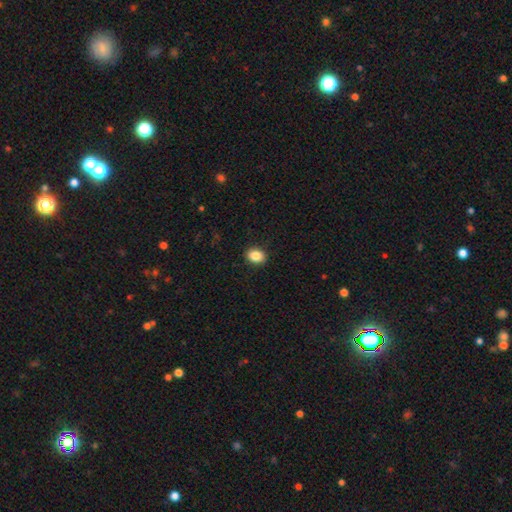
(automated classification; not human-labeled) smooth 87%, star or artifact 9%, featured or disk 4%. Down the decision tree: how rounded — in between (58%); merging — none (90%).